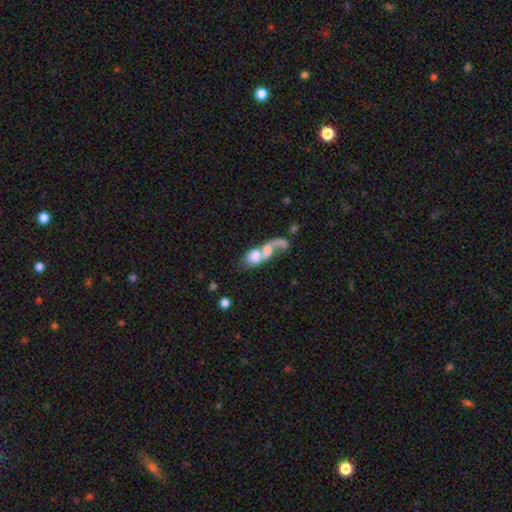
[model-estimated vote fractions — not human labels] The model was most divided on "smooth or featured": smooth: 51%, featured or disk: 39%, star or artifact: 9%. More confident: merging — merger (75%); how rounded — in between (68%).